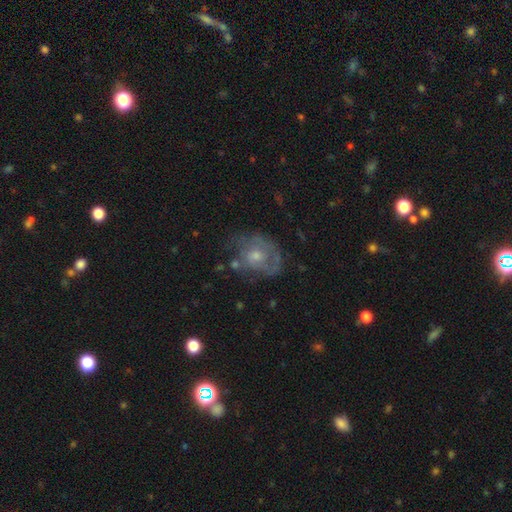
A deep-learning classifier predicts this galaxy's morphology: A featured or disk galaxy (58%) with no bar (82%), spiral arms (54%) and a moderate central bulge (51%).

Vote fractions:
- Smooth or featured? featured or disk: 58% / smooth: 31% / star or artifact: 11%
- Edge-on disk? no: 96% / yes: 4%
- Bar? no: 82% / weak: 15% / strong: 2%
- Spiral arms? yes: 54% / no: 46%
- Bulge size? moderate: 51% / small: 41% / none: 4% / large: 3% / dominant: 1%
- Merging? none: 50% / minor disturbance: 26% / major disturbance: 20% / merger: 4%